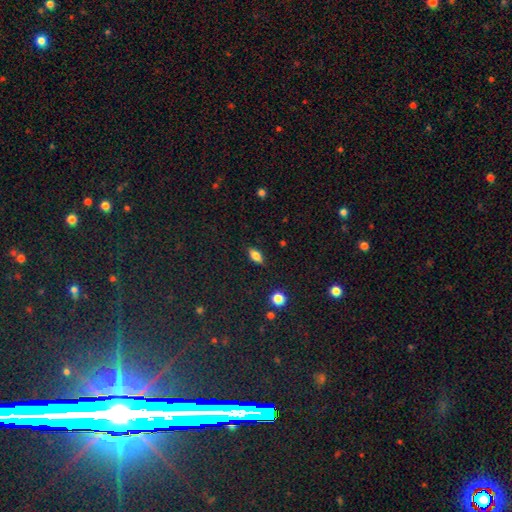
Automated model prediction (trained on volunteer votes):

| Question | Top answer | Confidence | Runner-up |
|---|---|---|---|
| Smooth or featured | smooth | 76% | featured or disk (15%) |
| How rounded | in between | 84% | cigar-shaped (11%) |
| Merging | none | 87% | minor disturbance (10%) |